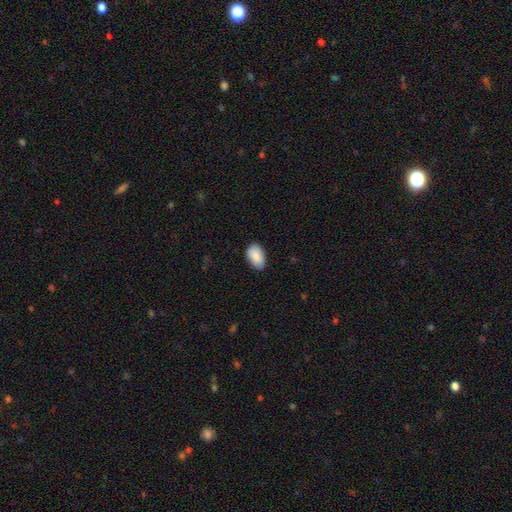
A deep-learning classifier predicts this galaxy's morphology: This appears to be a smooth galaxy with no disk features (87%) that is in between round and cigar-shaped (93%). Merging: none (78%).